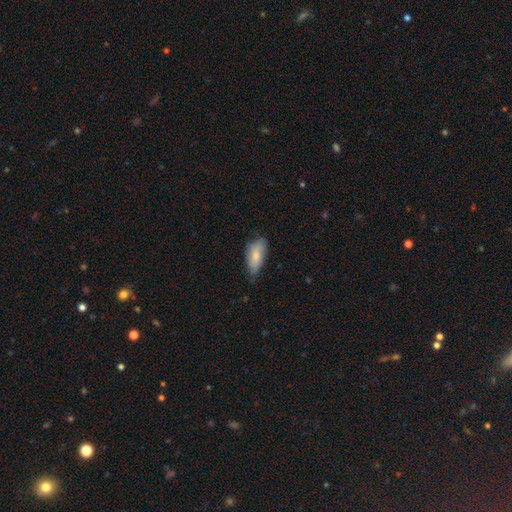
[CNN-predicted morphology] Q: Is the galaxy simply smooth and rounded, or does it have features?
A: smooth — 79%.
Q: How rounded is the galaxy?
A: in between — 83%.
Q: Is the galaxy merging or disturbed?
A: none — 59%.